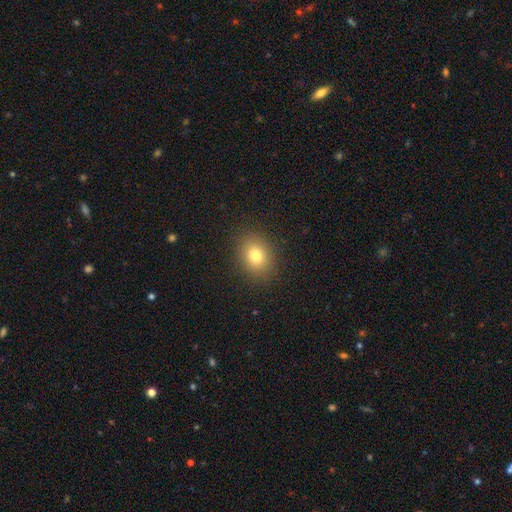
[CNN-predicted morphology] Smooth or featured? smooth (78%)
How rounded? round (52%)
Merging? none (88%)